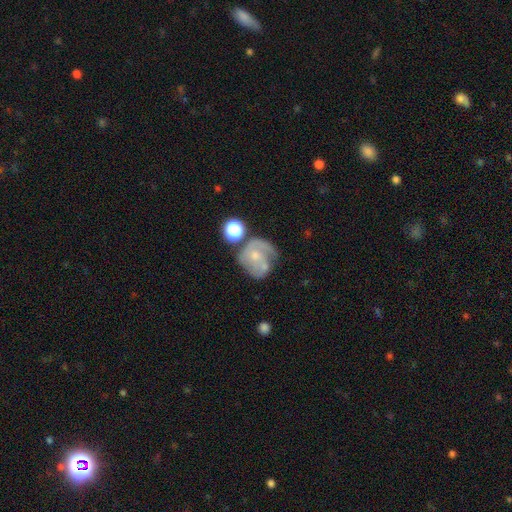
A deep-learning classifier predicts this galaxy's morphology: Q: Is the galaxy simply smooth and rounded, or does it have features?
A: featured or disk — 63%.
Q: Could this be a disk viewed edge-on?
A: no — 98%.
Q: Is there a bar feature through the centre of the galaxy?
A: no — 74%.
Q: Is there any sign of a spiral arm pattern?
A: yes — 77%.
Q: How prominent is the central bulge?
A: small — 60%.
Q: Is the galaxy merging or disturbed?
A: none — 42%.